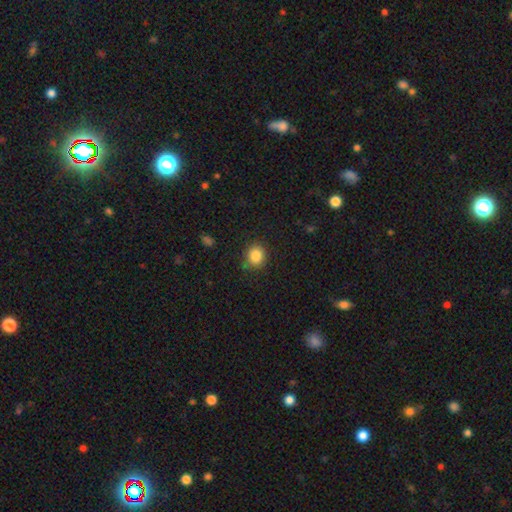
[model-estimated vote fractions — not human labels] smooth_or_featured: smooth (p=0.85) [alt: star or artifact p=0.10]
how_rounded: round (p=0.77) [alt: in between p=0.22]
merging: none (p=0.86) [alt: minor disturbance p=0.10]